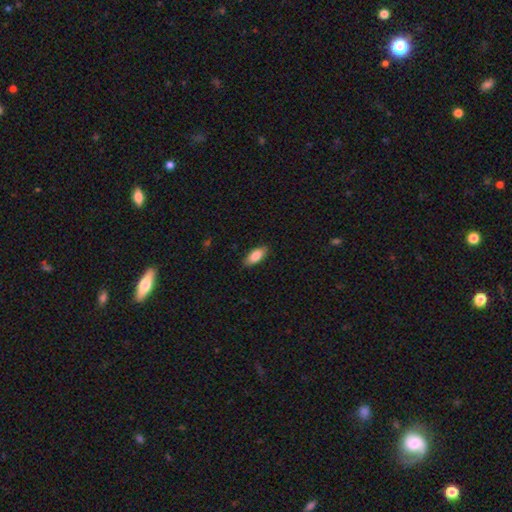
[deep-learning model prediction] The model was most divided on "how rounded": in between: 83%, cigar-shaped: 15%, round: 2%. More confident: merging — none (87%); smooth or featured — smooth (83%).